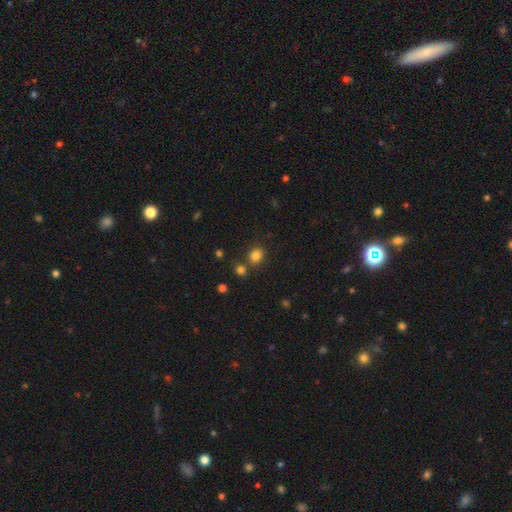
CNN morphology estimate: This is clearly a smooth galaxy (83%). How rounded: possibly round (57%). Merging: likely none (73%).